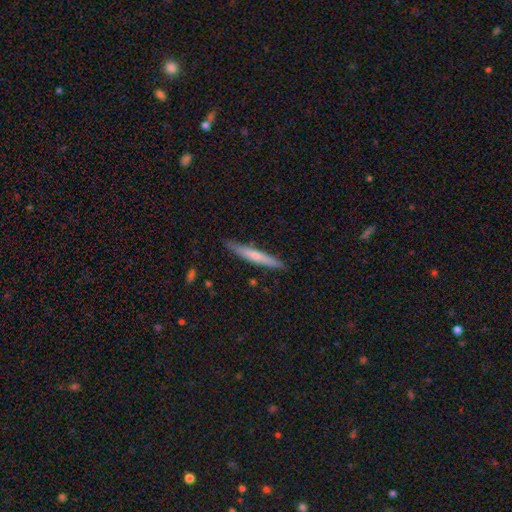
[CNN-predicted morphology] A smooth galaxy with no disk features (56%) that is cigar-shaped (96%).

Vote fractions:
- Smooth or featured? smooth: 56% / featured or disk: 38% / star or artifact: 6%
- How rounded? cigar-shaped: 96% / in between: 3% / round: 1%
- Merging? none: 87% / minor disturbance: 10% / major disturbance: 2% / merger: 1%